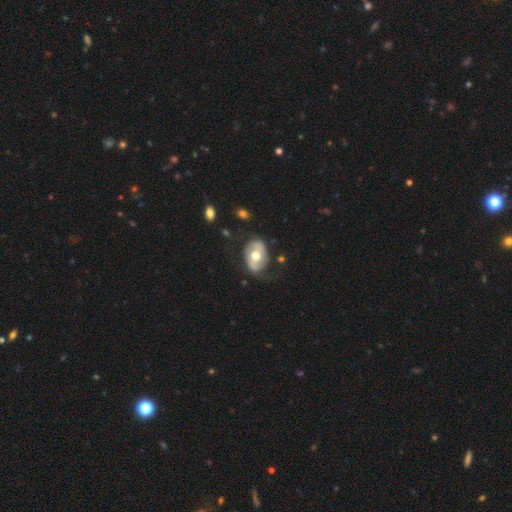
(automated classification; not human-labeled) Morphology: type=featured or disk (61%); edge-on=no (94%); bar=no (42%); spiral arms=yes (59%); bulge=moderate (76%); merging=none (64%).